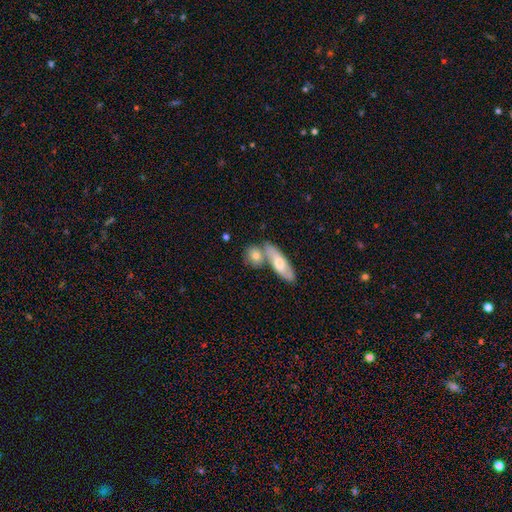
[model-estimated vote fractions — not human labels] A smooth galaxy with no disk features (71%) that is in between round and cigar-shaped (42%). Merging: none (46%).